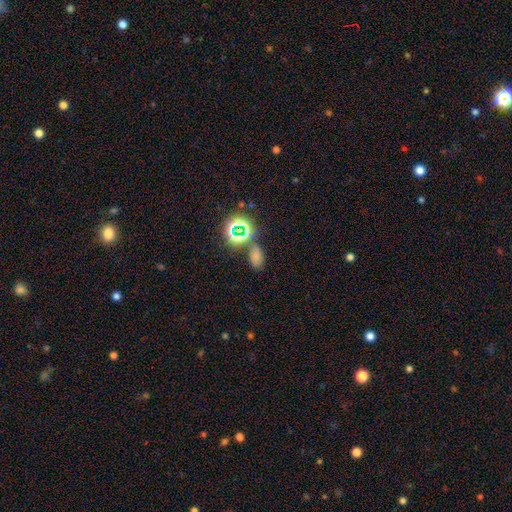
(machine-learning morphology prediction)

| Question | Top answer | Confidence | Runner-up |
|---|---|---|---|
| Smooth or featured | smooth | 59% | star or artifact (33%) |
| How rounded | in between | 82% | round (16%) |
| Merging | none | 63% | minor disturbance (16%) |